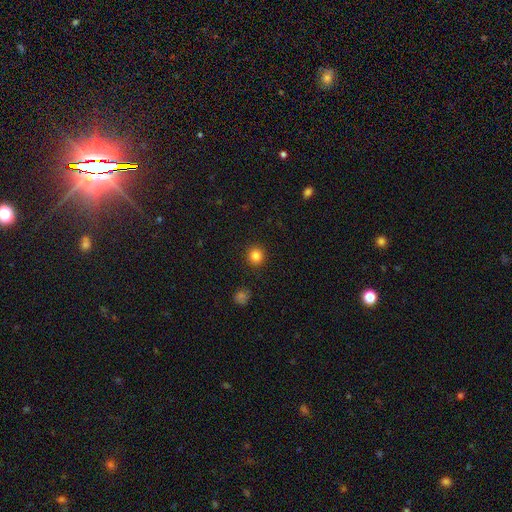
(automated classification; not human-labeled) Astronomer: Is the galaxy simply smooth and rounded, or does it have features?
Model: smooth — 84%.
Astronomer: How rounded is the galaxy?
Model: round — 91%.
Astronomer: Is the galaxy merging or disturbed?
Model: none — 91%.